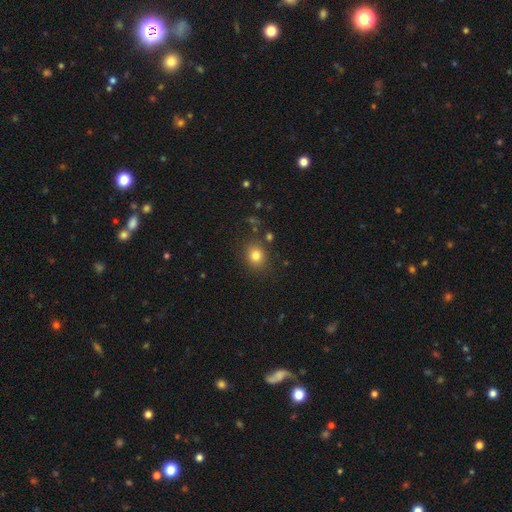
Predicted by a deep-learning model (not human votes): smooth-or-featured: smooth: 80% | star or artifact: 13% | featured or disk: 7%
  how-rounded: round: 74% | in between: 25% | cigar-shaped: 1%
  merging: none: 84% | minor disturbance: 9% | major disturbance: 3% | merger: 3%